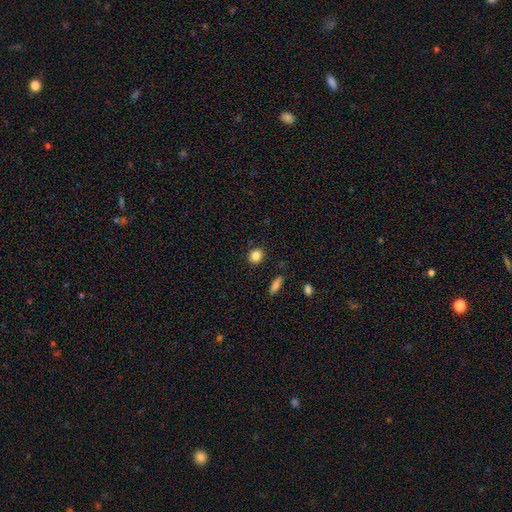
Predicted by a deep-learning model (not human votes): Morphology: type=smooth (85%); roundness=round (74%); merging=none (89%).